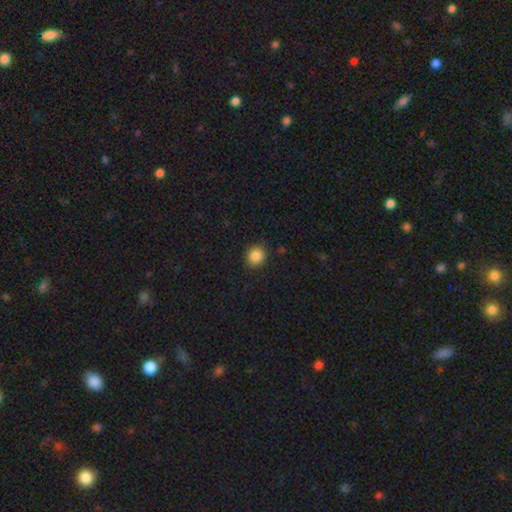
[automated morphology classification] smooth_or_featured: smooth (p=0.87) [alt: star or artifact p=0.10]
how_rounded: round (p=0.81) [alt: in between p=0.18]
merging: none (p=0.88) [alt: minor disturbance p=0.09]